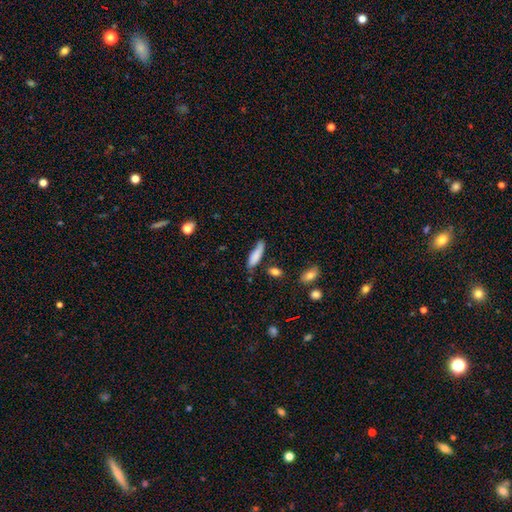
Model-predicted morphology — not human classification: A smooth galaxy with no disk features (81%) that is cigar-shaped (54%).

Vote fractions:
- Smooth or featured? smooth: 81% / featured or disk: 12% / star or artifact: 7%
- How rounded? cigar-shaped: 54% / in between: 45% / round: 2%
- Merging? none: 58% / minor disturbance: 28% / major disturbance: 8% / merger: 6%